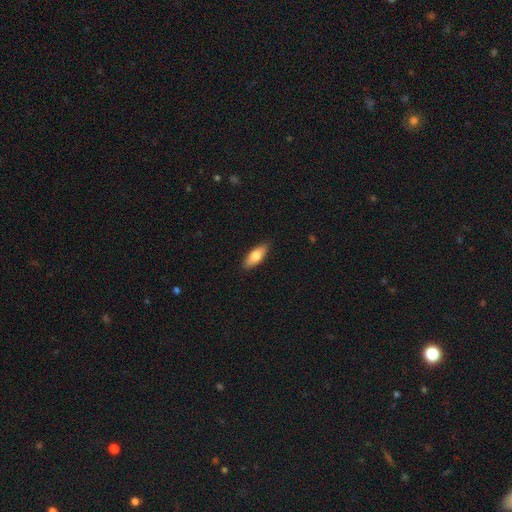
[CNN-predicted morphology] A smooth galaxy with no disk features (75%) that is in between round and cigar-shaped (75%). Merging: none (88%).